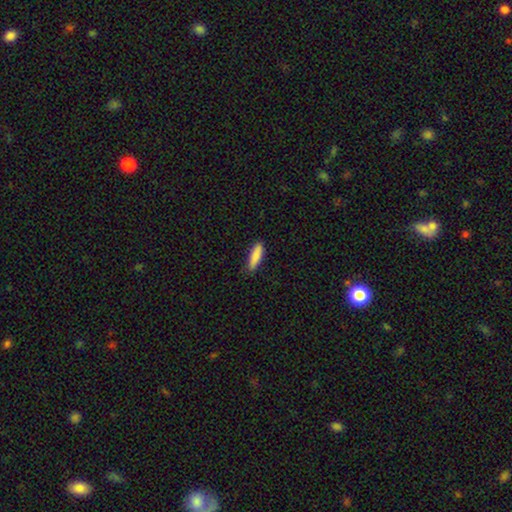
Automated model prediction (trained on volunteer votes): This appears to be a smooth galaxy with no disk features (87%) that is cigar-shaped (65%). Merging: none (84%).